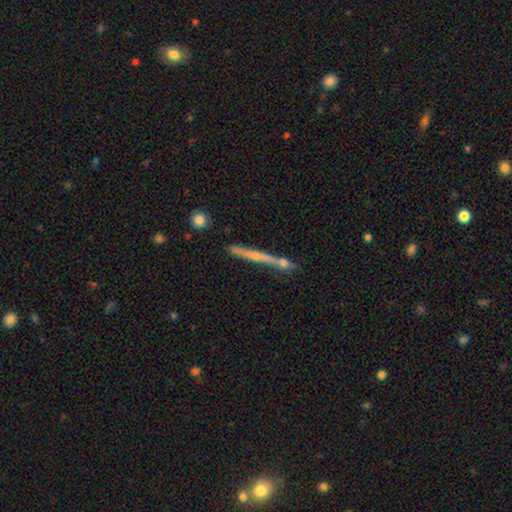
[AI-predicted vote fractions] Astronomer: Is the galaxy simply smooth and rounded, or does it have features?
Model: featured or disk — 59%.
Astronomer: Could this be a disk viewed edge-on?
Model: yes — 95%.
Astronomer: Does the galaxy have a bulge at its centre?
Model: none — 56% (runner-up: rounded, 36%).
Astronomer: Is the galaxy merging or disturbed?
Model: none — 69%.